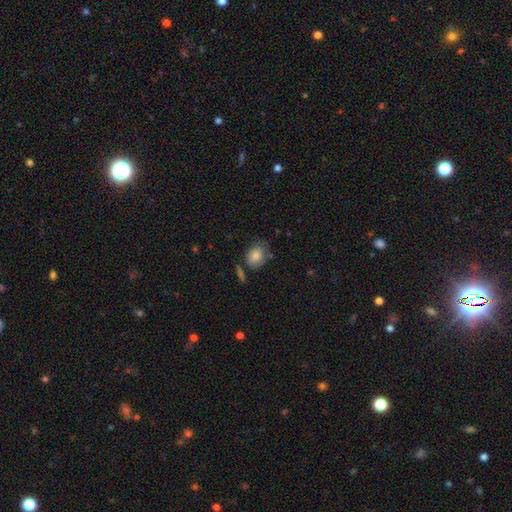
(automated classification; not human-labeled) Smooth or featured? Predicted: smooth (p=0.82). How rounded? Predicted: in between (p=0.56). Merging? Predicted: none (p=0.62).